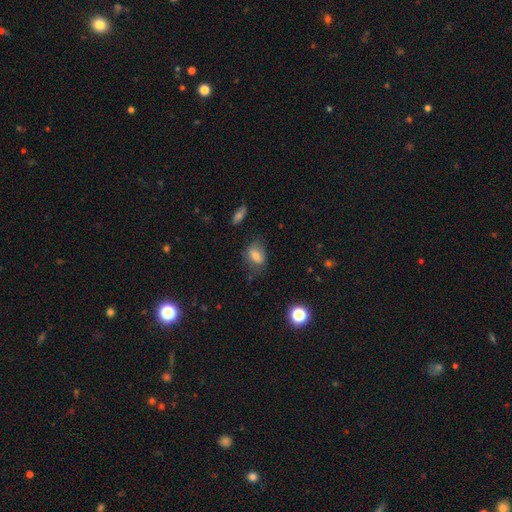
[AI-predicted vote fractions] smooth-or-featured: smooth: 71% | featured or disk: 18% | star or artifact: 10%
  how-rounded: in between: 76% | round: 21% | cigar-shaped: 3%
  merging: none: 63% | minor disturbance: 25% | major disturbance: 9% | merger: 3%